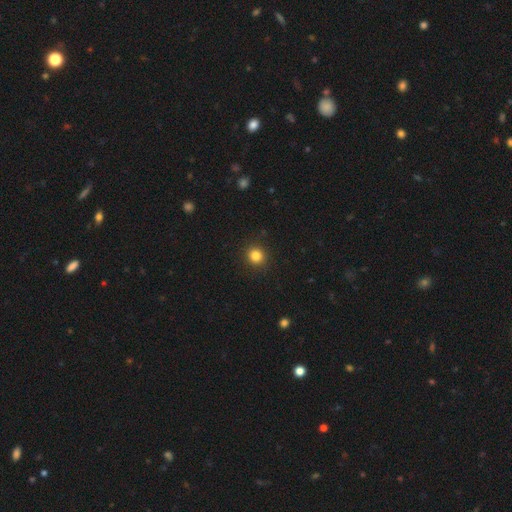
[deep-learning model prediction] Smooth or featured: smooth — 84% (star or artifact — 12%)
How rounded: round — 90% (in between — 9%)
Merging: none — 91% (minor disturbance — 6%)